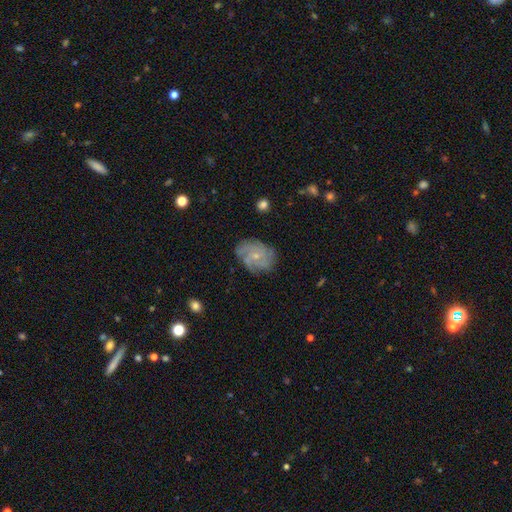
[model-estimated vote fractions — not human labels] Q: Smooth or featured?
A: featured or disk (76%); runner-up: smooth (16%)
Q: Edge-on disk?
A: no (97%); runner-up: yes (3%)
Q: Bar?
A: no (78%); runner-up: weak (20%)
Q: Spiral arms?
A: yes (94%); runner-up: no (6%)
Q: Spiral winding?
A: tight (52%); runner-up: medium (37%)
Q: Spiral arm count?
A: can't tell (27%); tied with: 4 (27%)
Q: Bulge size?
A: small (74%); runner-up: moderate (21%)
Q: Merging?
A: none (75%); runner-up: minor disturbance (18%)